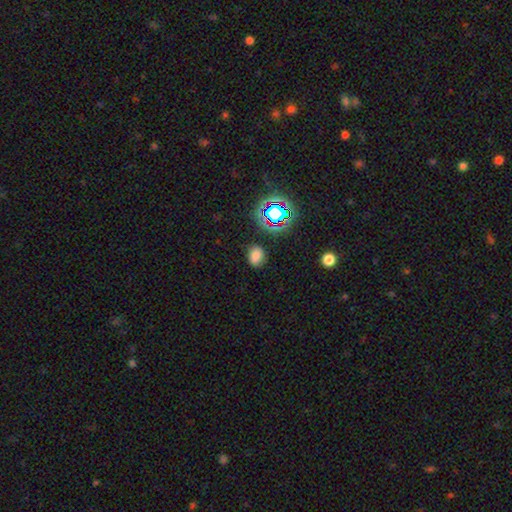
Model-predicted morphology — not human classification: A smooth galaxy with no disk features (74%) that is in between round and cigar-shaped (64%).

Vote fractions:
- Smooth or featured? smooth: 74% / star or artifact: 19% / featured or disk: 7%
- How rounded? in between: 64% / round: 34% / cigar-shaped: 1%
- Merging? none: 82% / minor disturbance: 13% / major disturbance: 3% / merger: 2%